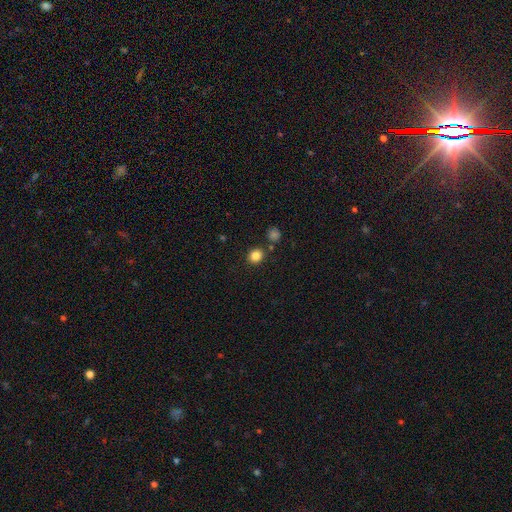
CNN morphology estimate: smooth 84%, star or artifact 12%, featured or disk 5%. Down the decision tree: how rounded — round (78%); merging — none (83%).